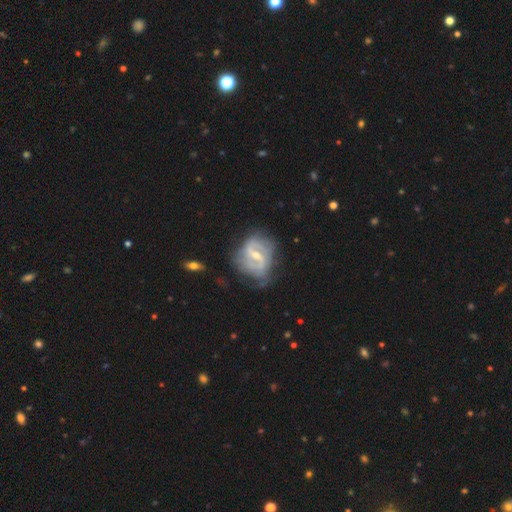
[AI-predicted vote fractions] Smooth or featured? featured or disk (84%)
Edge-on disk? no (97%)
Bar? weak (48%)
Spiral arms? yes (91%)
Spiral winding? medium (44%)
Spiral arm count? 2 (71%)
Bulge size? small (52%)
Merging? none (56%)